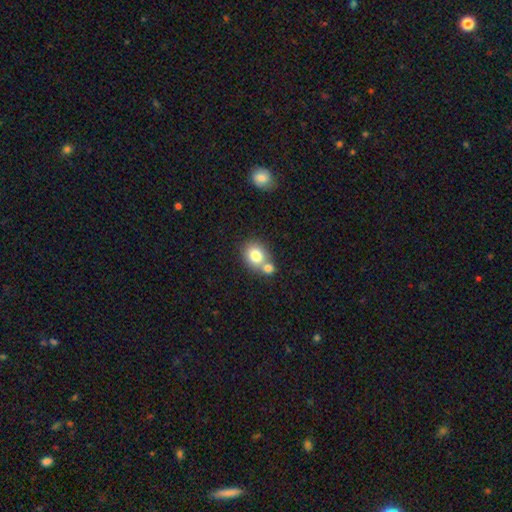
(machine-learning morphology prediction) Smooth or featured? smooth (78%)
How rounded? round (67%)
Merging? merger (45%)